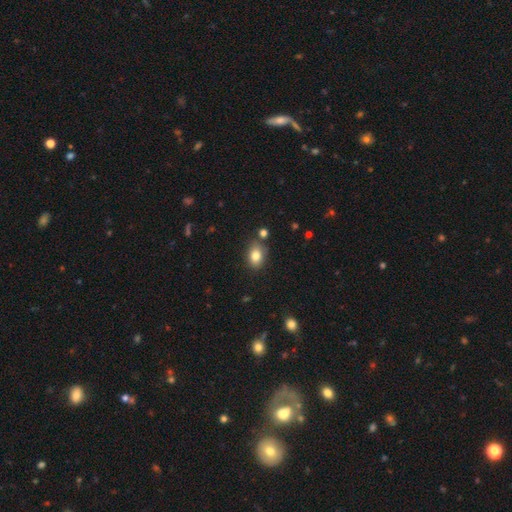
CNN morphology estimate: Q: Smooth or featured?
A: smooth (82%); runner-up: star or artifact (9%)
Q: How rounded?
A: in between (77%); runner-up: round (21%)
Q: Merging?
A: none (79%); runner-up: minor disturbance (13%)